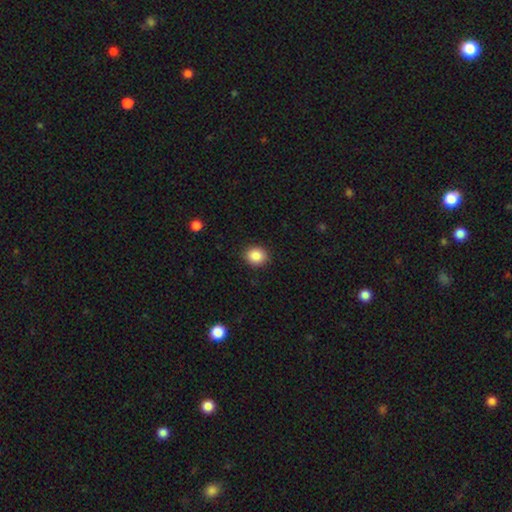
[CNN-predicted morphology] Smooth or featured? Predicted: smooth (p=0.87). How rounded? Predicted: round (p=0.76). Merging? Predicted: none (p=0.89).